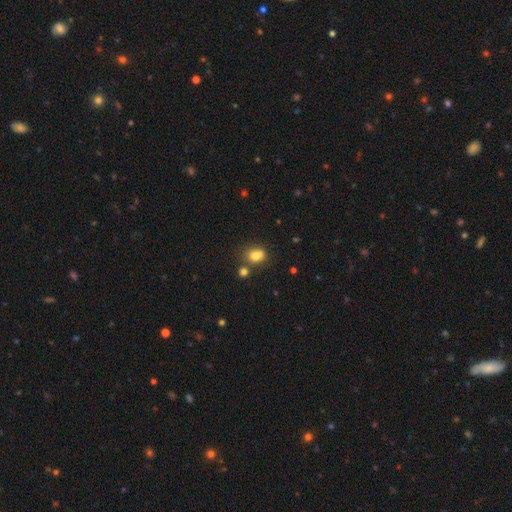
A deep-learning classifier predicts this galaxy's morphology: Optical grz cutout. It shows a smooth galaxy with no disk features (75%) that is in between round and cigar-shaped (52%). Merging: merger (40%).